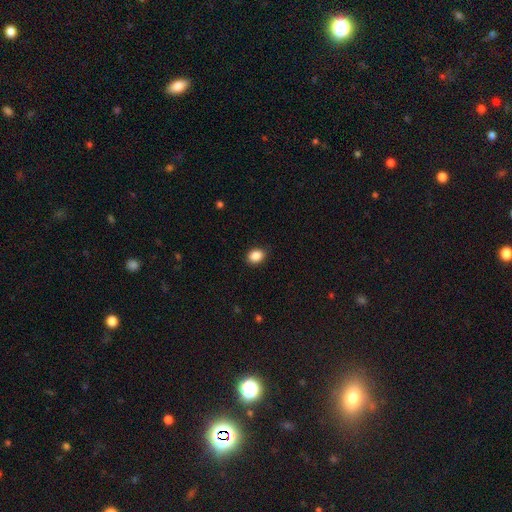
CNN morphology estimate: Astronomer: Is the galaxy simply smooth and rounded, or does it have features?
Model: smooth — 88%.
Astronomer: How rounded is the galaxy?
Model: in between — 60% (runner-up: round, 39%).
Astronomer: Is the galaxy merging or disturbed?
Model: none — 88%.